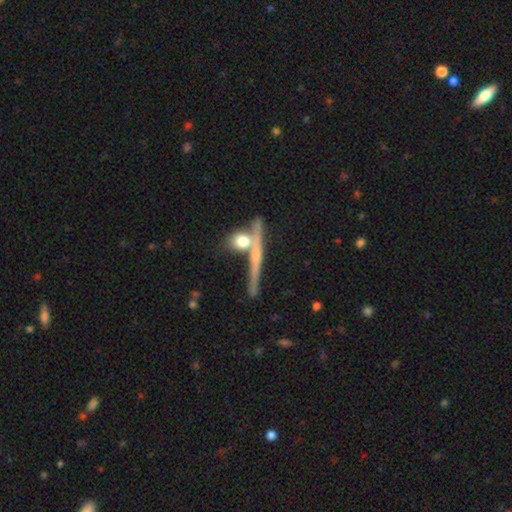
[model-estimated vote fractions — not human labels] Morphology: type=featured or disk (54%); edge-on=yes (89%); merging=none (65%).